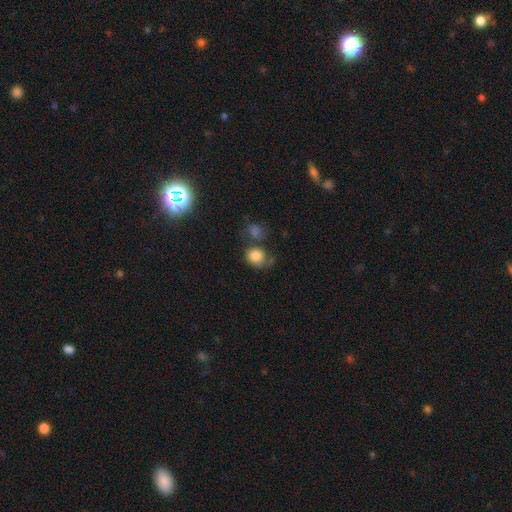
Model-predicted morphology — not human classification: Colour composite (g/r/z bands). It shows a smooth galaxy with no disk features (79%) that is round (71%). Merging: none (39%).